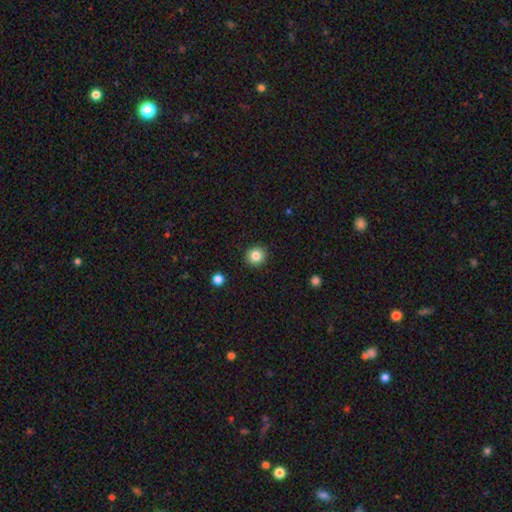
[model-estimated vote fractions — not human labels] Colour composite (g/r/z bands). It shows a smooth galaxy with no disk features (84%) that is round (91%). Merging: none (92%).